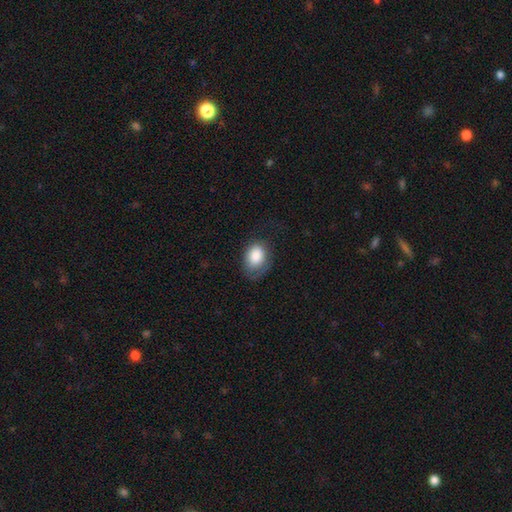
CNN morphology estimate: Smooth or featured? smooth (81%)
How rounded? in between (76%)
Merging? none (52%)